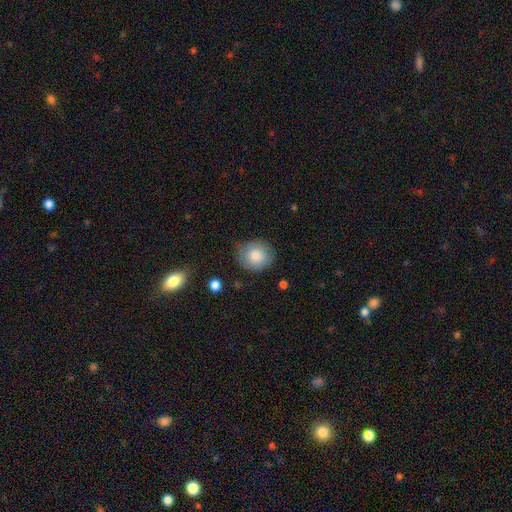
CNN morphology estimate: type=smooth (81%); roundness=round (80%); merging=none (73%).